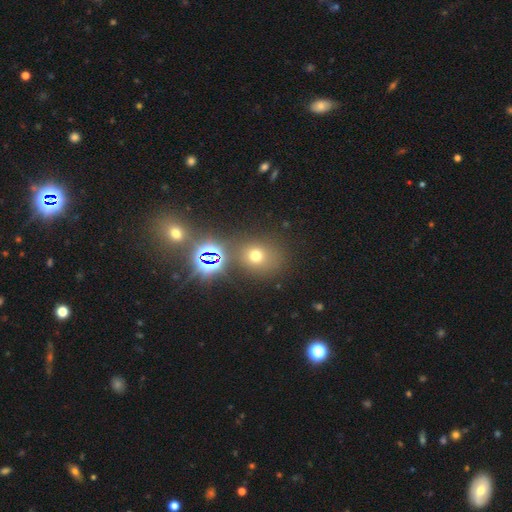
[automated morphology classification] A smooth galaxy with no disk features (61%) that is round (71%).

Vote fractions:
- Smooth or featured? smooth: 61% / star or artifact: 29% / featured or disk: 10%
- How rounded? round: 71% / in between: 27% / cigar-shaped: 1%
- Merging? none: 76% / minor disturbance: 10% / merger: 8% / major disturbance: 5%